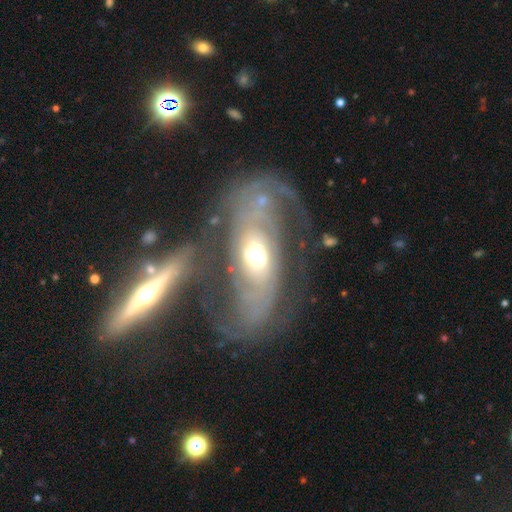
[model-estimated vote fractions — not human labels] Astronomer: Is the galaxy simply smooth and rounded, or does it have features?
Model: featured or disk — 81%.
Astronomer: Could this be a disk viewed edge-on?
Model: no — 91%.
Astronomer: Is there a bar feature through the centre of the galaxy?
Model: no — 62%.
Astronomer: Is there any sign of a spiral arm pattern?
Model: yes — 84%.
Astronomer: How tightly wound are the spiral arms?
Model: medium — 37% (runner-up: tight, 35%).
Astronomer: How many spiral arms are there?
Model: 2 — 53%.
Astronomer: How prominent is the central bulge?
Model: moderate — 68%.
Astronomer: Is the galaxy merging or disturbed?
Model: none — 39% (runner-up: major disturbance, 27%).